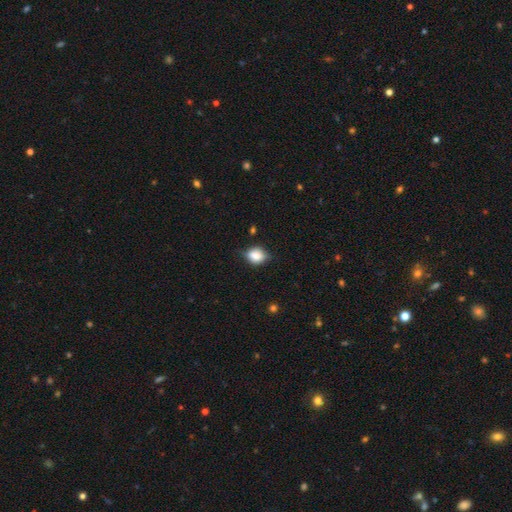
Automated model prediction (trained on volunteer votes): Q: Smooth or featured?
A: smooth (77%); runner-up: featured or disk (13%)
Q: How rounded?
A: round (53%); runner-up: in between (45%)
Q: Merging?
A: none (65%); runner-up: minor disturbance (27%)